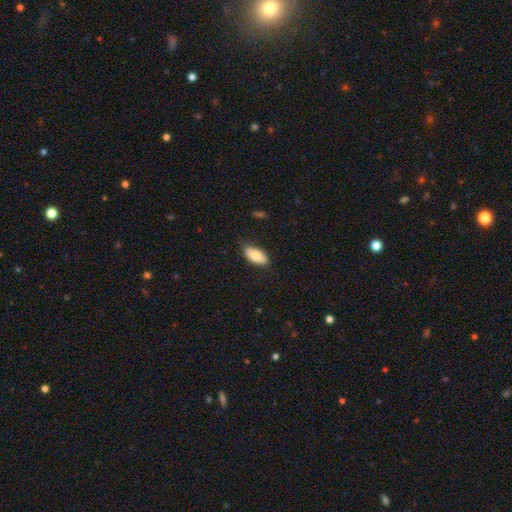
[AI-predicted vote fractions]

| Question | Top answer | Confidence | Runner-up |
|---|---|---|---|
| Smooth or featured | smooth | 82% | featured or disk (12%) |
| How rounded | in between | 90% | cigar-shaped (8%) |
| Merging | none | 80% | minor disturbance (16%) |